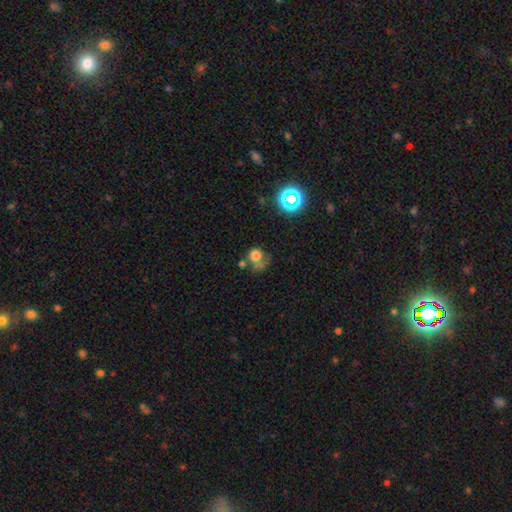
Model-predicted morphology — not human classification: A smooth galaxy with no disk features (68%) that is round (82%).

Vote fractions:
- Smooth or featured? smooth: 68% / featured or disk: 16% / star or artifact: 15%
- How rounded? round: 82% / in between: 17% / cigar-shaped: 1%
- Merging? none: 38% / major disturbance: 24% / minor disturbance: 20% / merger: 18%